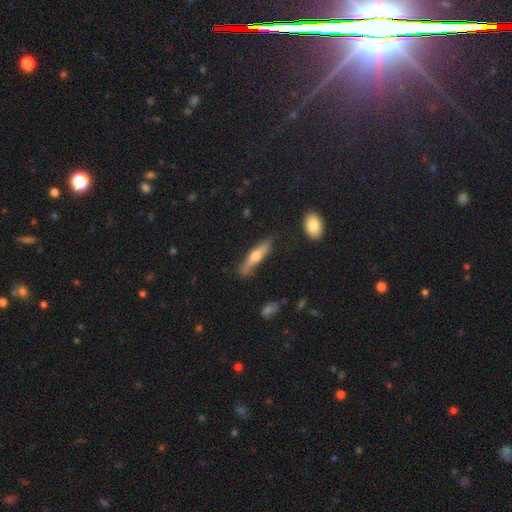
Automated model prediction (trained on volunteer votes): Morphology: type=featured or disk (51%); edge-on=yes (91%); merging=none (75%).